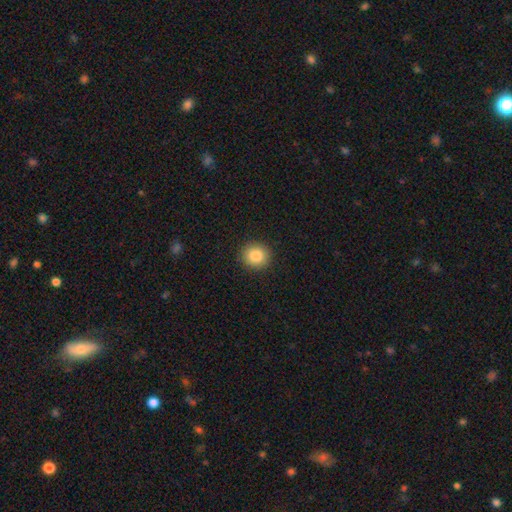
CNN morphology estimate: Smooth or featured: smooth — 87% (star or artifact — 9%)
How rounded: round — 87% (in between — 12%)
Merging: none — 91% (minor disturbance — 6%)